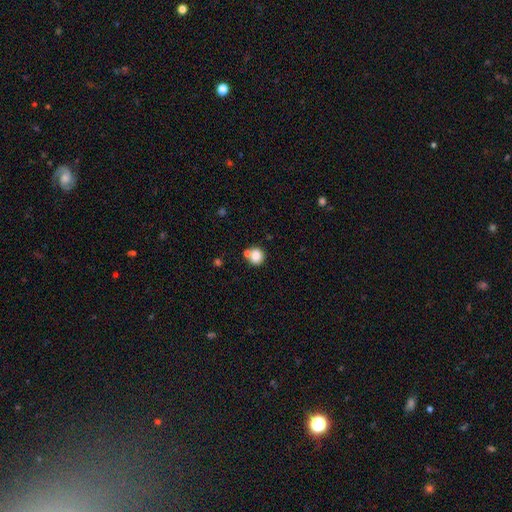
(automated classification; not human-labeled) Smooth or featured?
  - smooth: 83% *
  - star or artifact: 10%
  - featured or disk: 7%
How rounded?
  - round: 80% *
  - in between: 19%
  - cigar-shaped: 1%
Merging?
  - none: 59% *
  - merger: 26%
  - minor disturbance: 11%
  - major disturbance: 4%